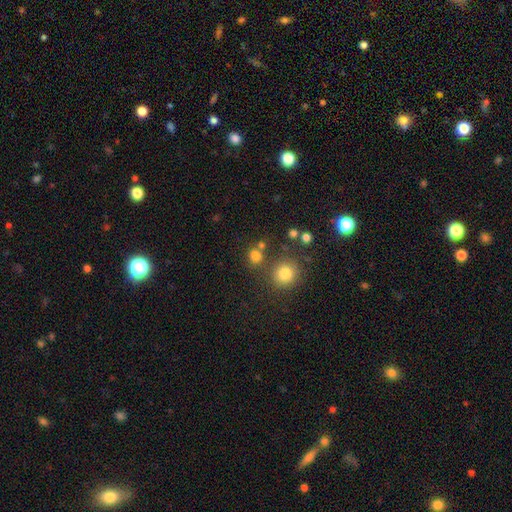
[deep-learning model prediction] smooth-or-featured: smooth: 77% | star or artifact: 16% | featured or disk: 6%
  how-rounded: round: 79% | in between: 20% | cigar-shaped: 1%
  merging: none: 68% | merger: 17% | minor disturbance: 10% | major disturbance: 5%